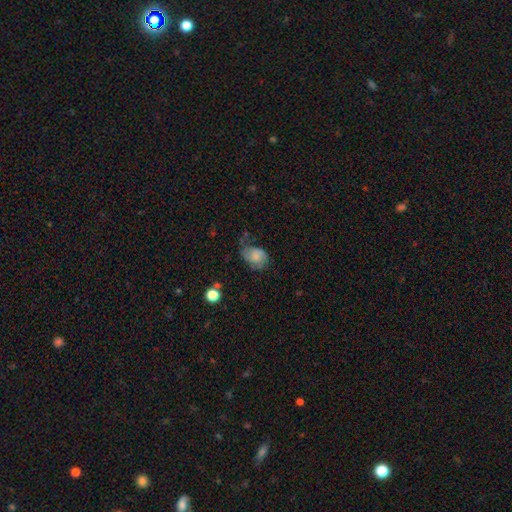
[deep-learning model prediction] A smooth galaxy with no disk features (52%) that is in between round and cigar-shaped (65%). Merging: none (38%).